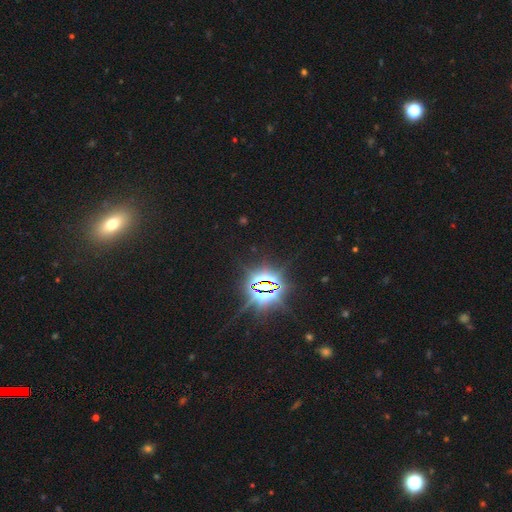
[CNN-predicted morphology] This appears to be a star or artifact, not a galaxy (73%).